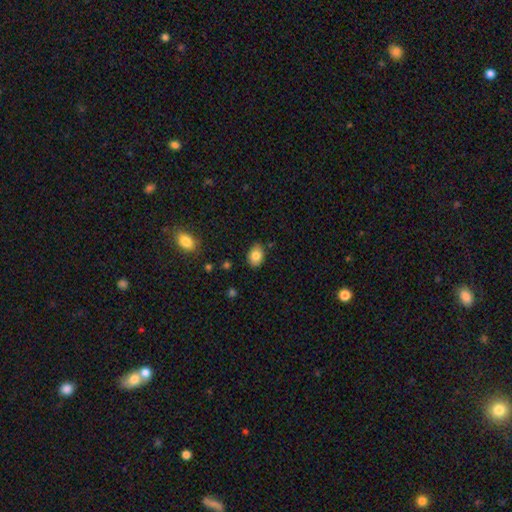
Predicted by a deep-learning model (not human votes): smooth-or-featured: smooth: 83% | star or artifact: 9% | featured or disk: 9%
  how-rounded: in between: 71% | round: 28% | cigar-shaped: 1%
  merging: none: 83% | minor disturbance: 12% | major disturbance: 2% | merger: 2%